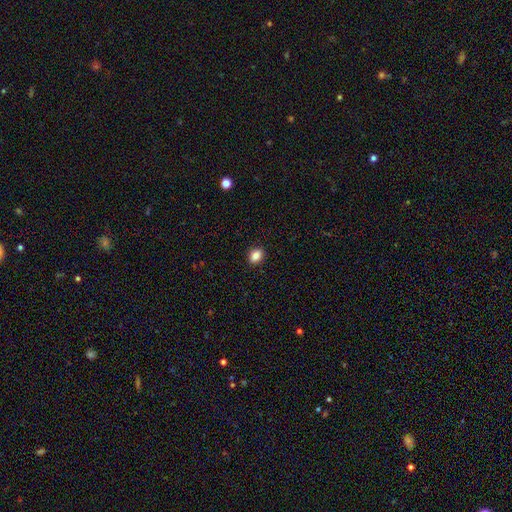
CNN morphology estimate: A smooth galaxy with no disk features (86%) that is in between round and cigar-shaped (61%). Merging: none (90%).